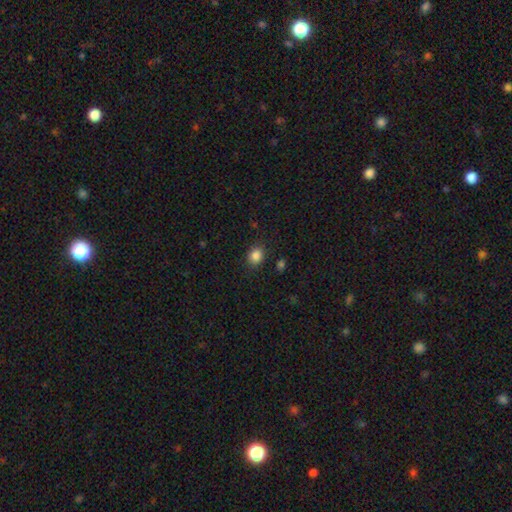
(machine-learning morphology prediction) Smooth or featured? smooth (85%)
How rounded? round (62%)
Merging? none (86%)